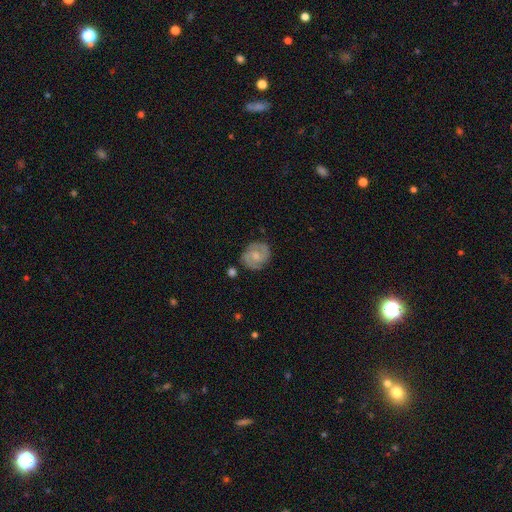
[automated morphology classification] type=featured or disk (58%); edge-on=no (97%); bar=no (58%); spiral arms=yes (87%); bulge=moderate (47%); merging=none (78%).